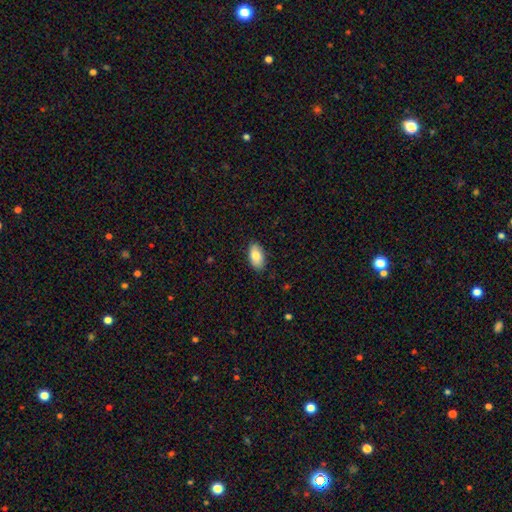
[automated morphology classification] Smooth or featured? smooth (83%)
How rounded? in between (93%)
Merging? none (87%)